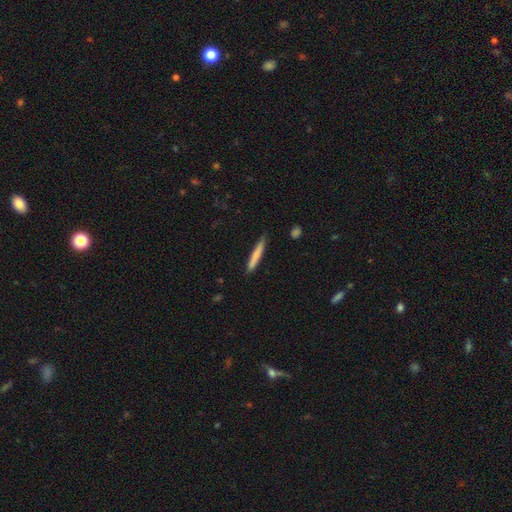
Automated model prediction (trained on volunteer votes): The model was most divided on "smooth or featured": smooth: 75%, featured or disk: 20%, star or artifact: 6%. More confident: how rounded — cigar-shaped (95%); merging — none (86%).